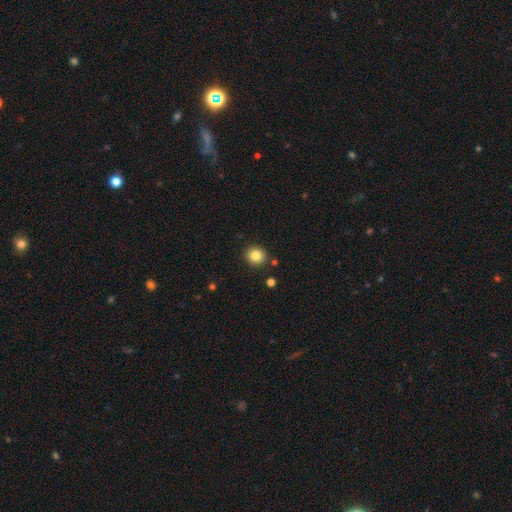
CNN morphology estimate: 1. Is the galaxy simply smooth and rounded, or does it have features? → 84% smooth, 11% star or artifact, 6% featured or disk.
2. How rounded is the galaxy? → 89% round, 11% in between, 1% cigar-shaped.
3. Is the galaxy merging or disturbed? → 89% none, 6% minor disturbance, 2% merger, 2% major disturbance.